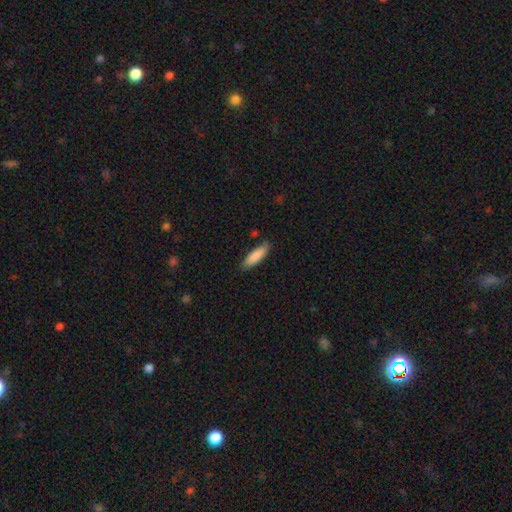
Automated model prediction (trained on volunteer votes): smooth-or-featured: smooth: 87% | featured or disk: 7% | star or artifact: 6%
  how-rounded: cigar-shaped: 59% | in between: 40% | round: 1%
  merging: none: 84% | minor disturbance: 12% | major disturbance: 2% | merger: 2%